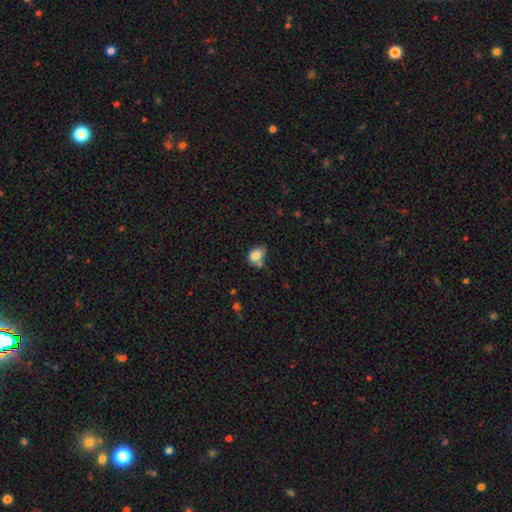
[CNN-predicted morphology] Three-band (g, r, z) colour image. It shows a smooth galaxy with no disk features (79%) that is in between round and cigar-shaped (64%). Merging: none (42%).